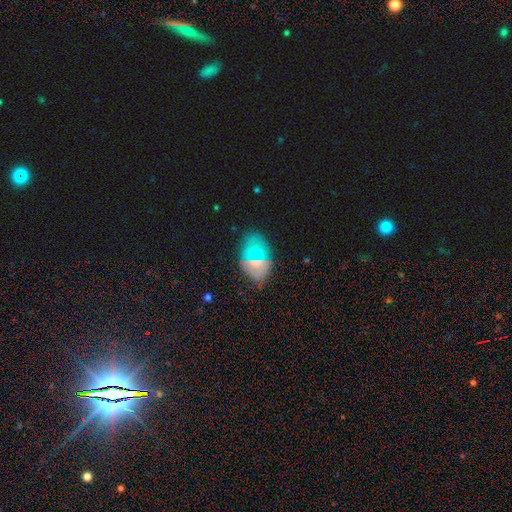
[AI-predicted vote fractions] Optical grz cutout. It shows a smooth galaxy with no disk features (59%) that is in between round and cigar-shaped (87%). Merging: none (74%).